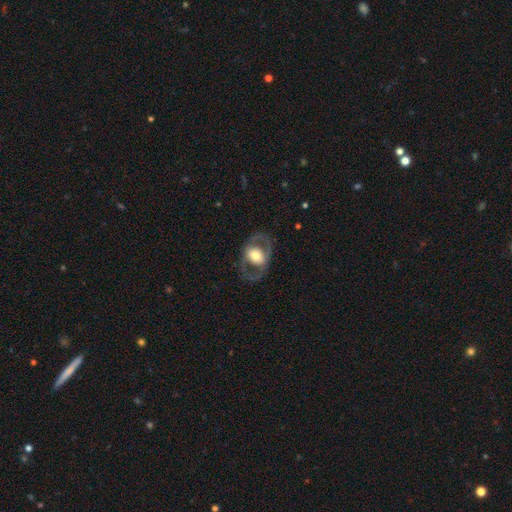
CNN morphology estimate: type=featured or disk (62%); edge-on=no (92%); bar=no (63%); spiral arms=no (65%); bulge=moderate (54%); merging=none (69%).